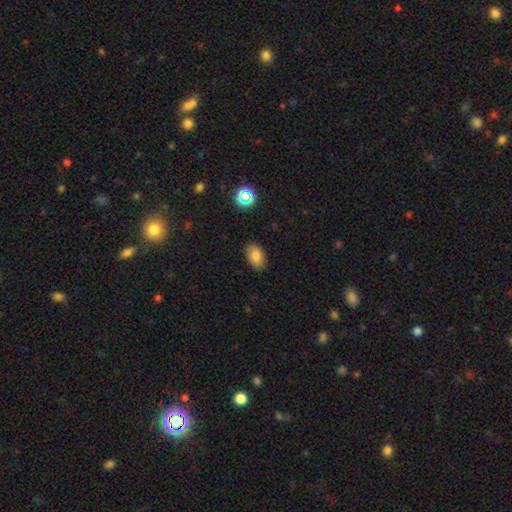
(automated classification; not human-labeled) Q: Smooth or featured?
A: smooth (80%); runner-up: star or artifact (11%)
Q: How rounded?
A: in between (91%); runner-up: round (8%)
Q: Merging?
A: none (87%); runner-up: minor disturbance (10%)